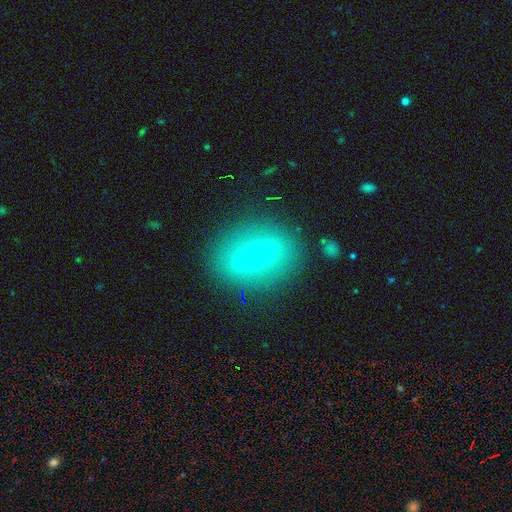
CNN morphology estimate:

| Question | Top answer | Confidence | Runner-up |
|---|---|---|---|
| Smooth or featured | featured or disk | 69% | smooth (22%) |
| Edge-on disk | yes | 66% | no (34%) |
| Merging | none | 87% | minor disturbance (7%) |